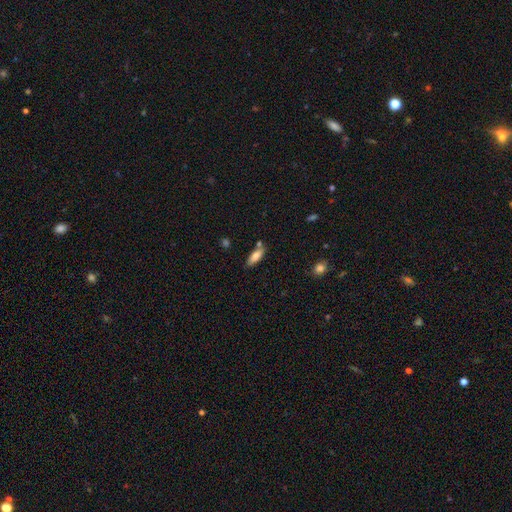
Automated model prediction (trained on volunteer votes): This is likely a smooth galaxy (78%). How rounded: likely in between (69%). Merging: likely none (71%).